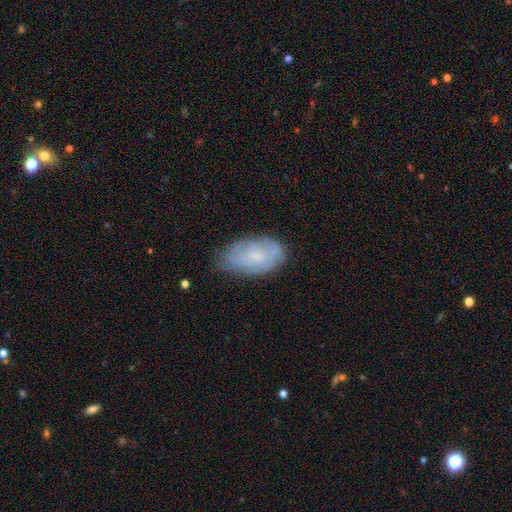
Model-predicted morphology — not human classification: Smooth or featured: smooth — 53% (featured or disk — 38%)
How rounded: in between — 93% (round — 4%)
Merging: none — 70% (minor disturbance — 24%)